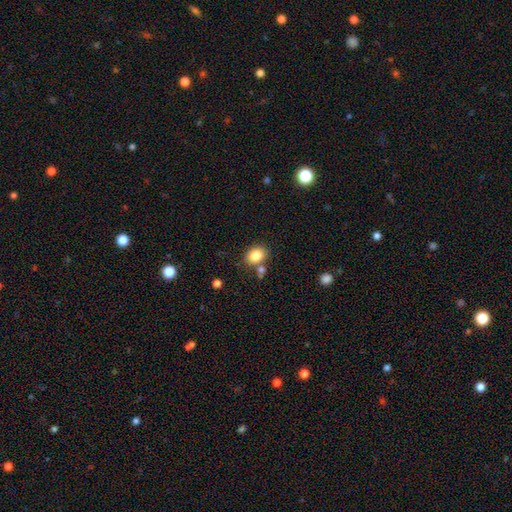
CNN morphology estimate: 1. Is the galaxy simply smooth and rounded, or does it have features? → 84% smooth, 9% star or artifact, 6% featured or disk.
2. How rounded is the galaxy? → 58% in between, 41% round, 1% cigar-shaped.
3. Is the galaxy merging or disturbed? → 71% none, 14% merger, 12% minor disturbance, 4% major disturbance.